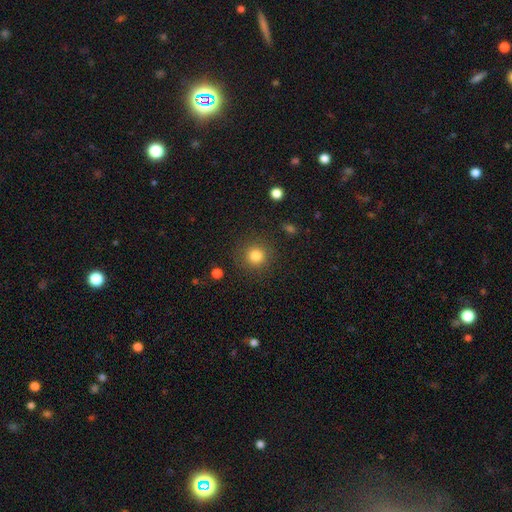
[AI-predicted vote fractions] A smooth galaxy with no disk features (82%) that is round (93%). Merging: none (87%).